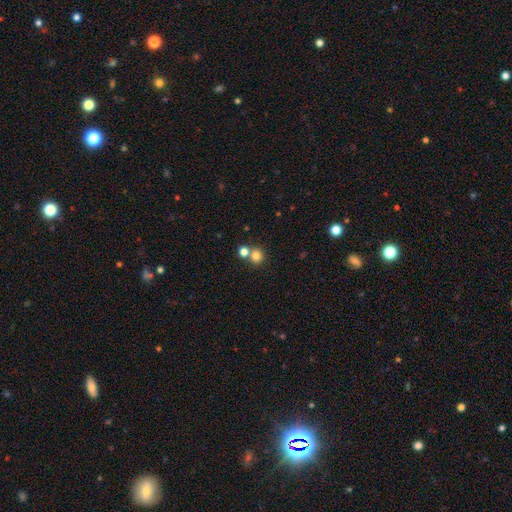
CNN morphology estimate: Smooth or featured?
  - smooth: 80% *
  - star or artifact: 13%
  - featured or disk: 7%
How rounded?
  - round: 87% *
  - in between: 12%
  - cigar-shaped: 1%
Merging?
  - none: 57% *
  - merger: 34%
  - minor disturbance: 7%
  - major disturbance: 3%